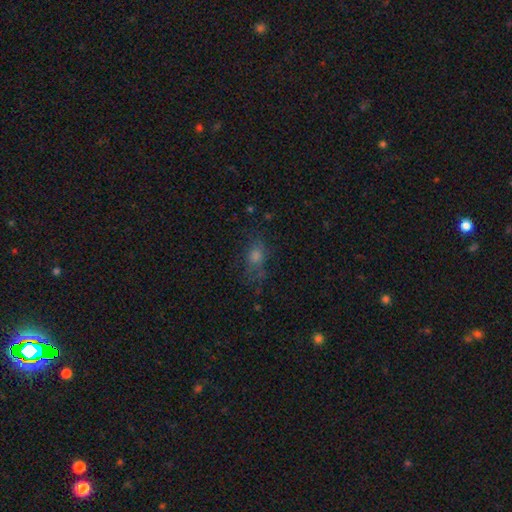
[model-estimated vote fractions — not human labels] Morphology: type=smooth (59%); roundness=in between (63%); merging=none (60%).